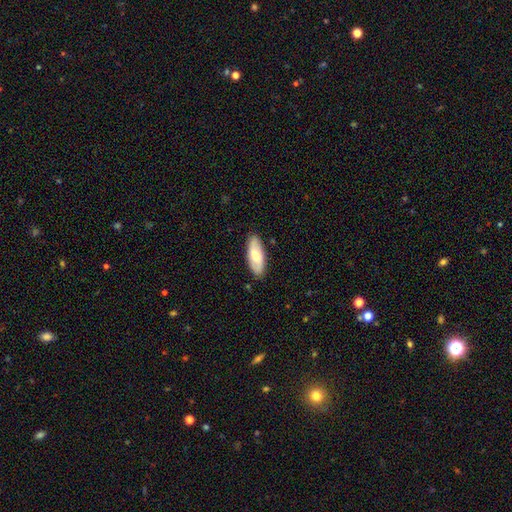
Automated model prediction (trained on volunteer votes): Smooth or featured?
  - smooth: 57% *
  - featured or disk: 37%
  - star or artifact: 5%
How rounded?
  - in between: 77% *
  - cigar-shaped: 20%
  - round: 2%
Merging?
  - none: 87% *
  - minor disturbance: 10%
  - major disturbance: 2%
  - merger: 1%